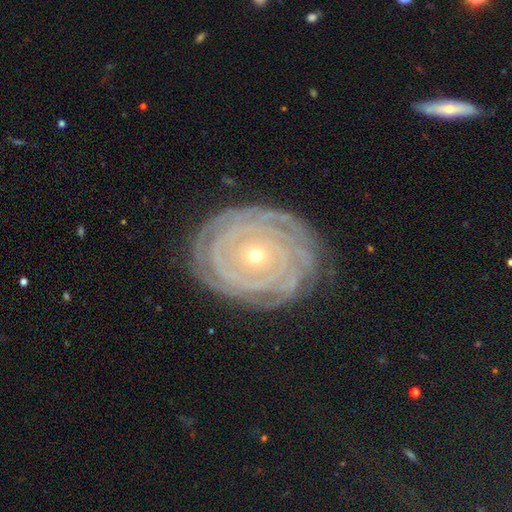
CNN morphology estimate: featured or disk 87%, smooth 7%, star or artifact 6%. Down the decision tree: edge-on disk — no (97%); bar — no (82%); spiral arms — yes (95%); spiral arm count — can't tell (28%); spiral winding — tight (90%); bulge size — small (74%); merging — none (81%).